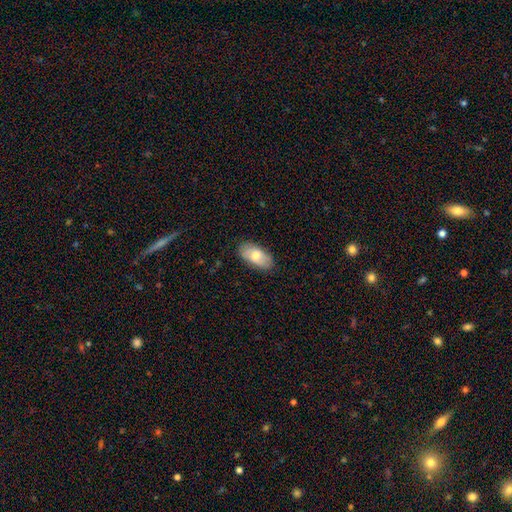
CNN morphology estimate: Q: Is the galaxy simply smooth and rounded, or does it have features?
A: smooth — 71%.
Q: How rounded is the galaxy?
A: in between — 93%.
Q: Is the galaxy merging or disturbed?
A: none — 84%.